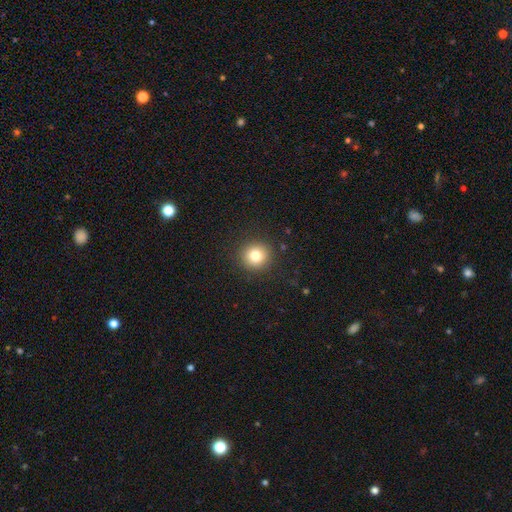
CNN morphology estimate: A smooth galaxy with no disk features (80%) that is round (91%).

Vote fractions:
- Smooth or featured? smooth: 80% / star or artifact: 12% / featured or disk: 8%
- How rounded? round: 91% / in between: 8% / cigar-shaped: 1%
- Merging? none: 90% / minor disturbance: 6% / major disturbance: 3% / merger: 1%